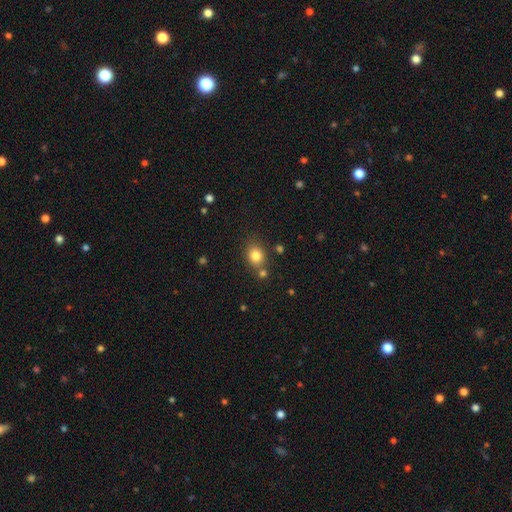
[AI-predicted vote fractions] smooth 82%, star or artifact 11%, featured or disk 7%. Down the decision tree: how rounded — round (60%); merging — none (70%).